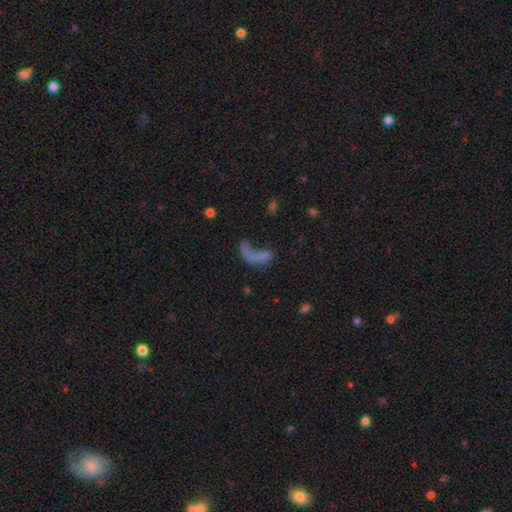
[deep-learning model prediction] This is possibly a smooth galaxy (50%). Merging: marginally major disturbance (38%).